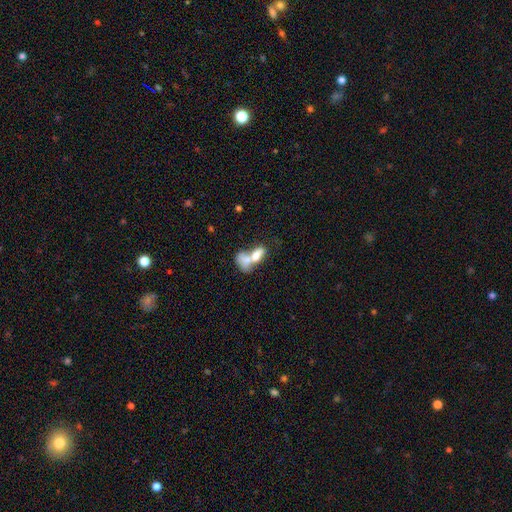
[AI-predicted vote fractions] smooth_or_featured: smooth (p=0.68) [alt: featured or disk p=0.24]
how_rounded: in between (p=0.82) [alt: round p=0.11]
merging: merger (p=0.72) [alt: none p=0.14]